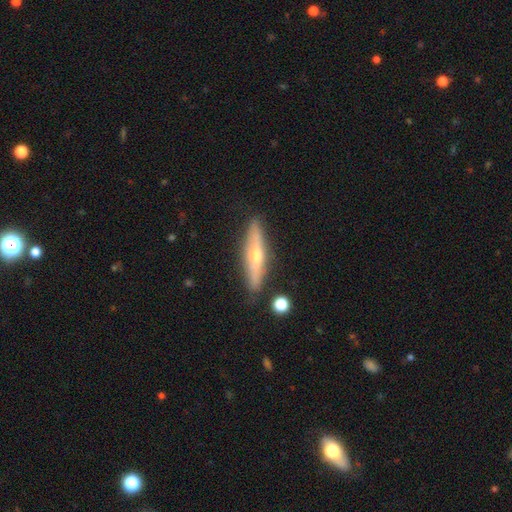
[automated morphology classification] Smooth or featured? featured or disk (59%)
Edge-on disk? yes (88%)
Edge-on bulge? rounded (89%)
Merging? none (86%)